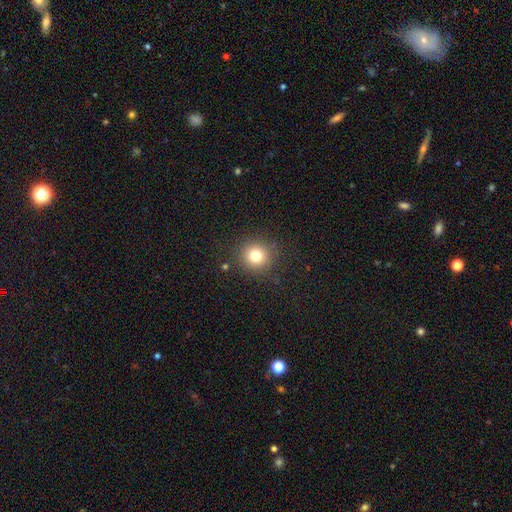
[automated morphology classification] A smooth galaxy with no disk features (78%) that is round (93%).

Vote fractions:
- Smooth or featured? smooth: 78% / star or artifact: 14% / featured or disk: 8%
- How rounded? round: 93% / in between: 6% / cigar-shaped: 1%
- Merging? none: 89% / minor disturbance: 7% / major disturbance: 3% / merger: 2%